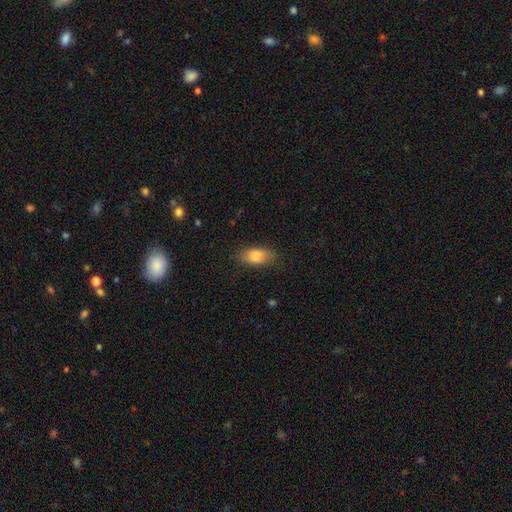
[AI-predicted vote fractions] Smooth or featured? smooth (82%)
How rounded? in between (87%)
Merging? none (78%)